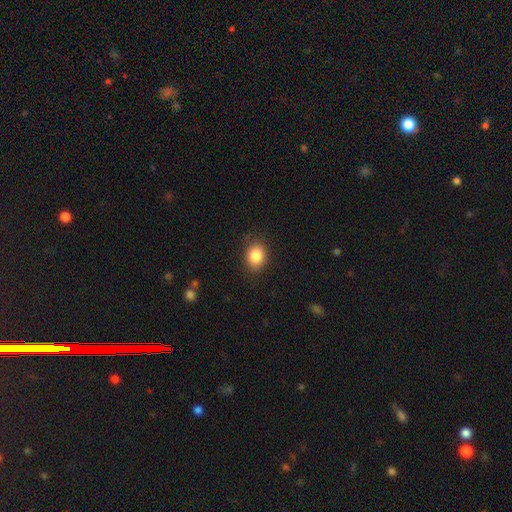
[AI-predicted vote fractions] Smooth or featured: smooth — 85% (star or artifact — 9%)
How rounded: in between — 56% (round — 43%)
Merging: none — 85% (minor disturbance — 11%)